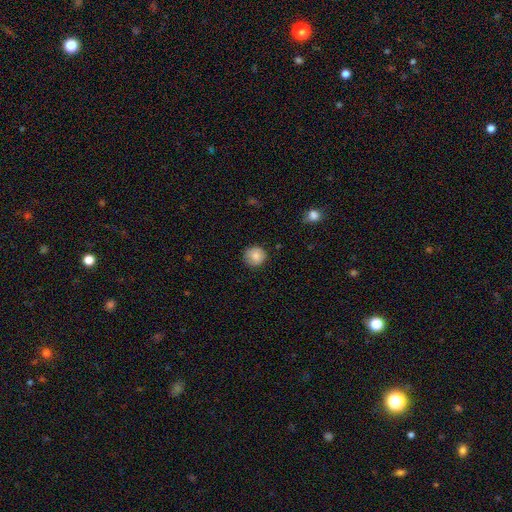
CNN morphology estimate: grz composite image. It shows a smooth galaxy with no disk features (85%) that is round (92%). Merging: none (84%).